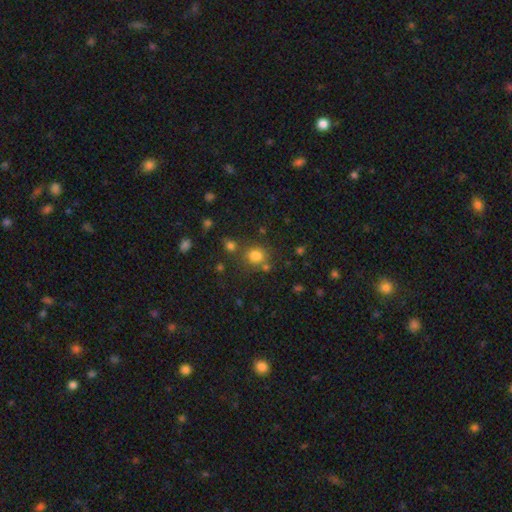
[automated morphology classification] smooth-or-featured: smooth: 78% | star or artifact: 16% | featured or disk: 7%
  how-rounded: round: 81% | in between: 19% | cigar-shaped: 1%
  merging: none: 72% | merger: 12% | minor disturbance: 11% | major disturbance: 4%